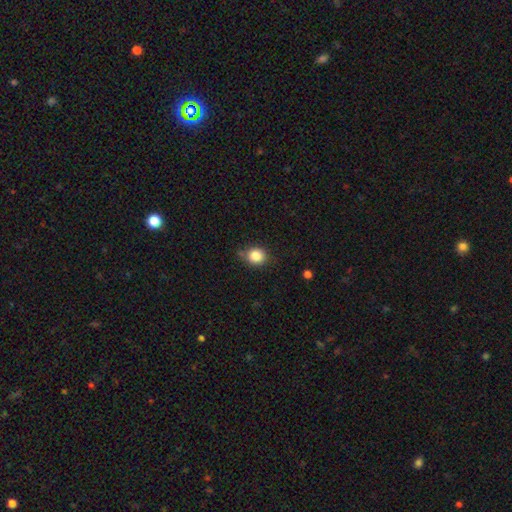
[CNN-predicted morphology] This is clearly a smooth galaxy (85%). How rounded: likely round (76%). Merging: likely none (77%).